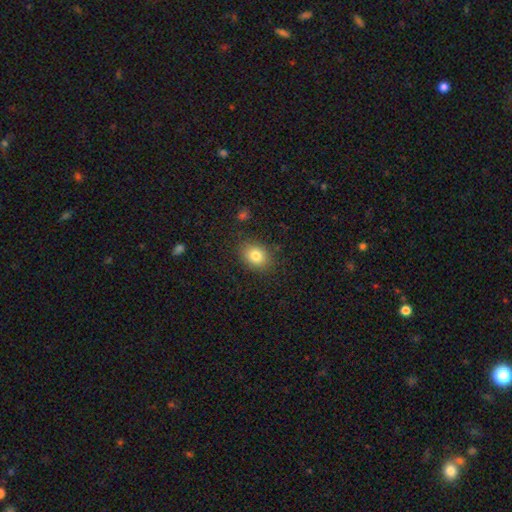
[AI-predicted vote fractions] Smooth or featured?
  - smooth: 81% *
  - star or artifact: 10%
  - featured or disk: 9%
How rounded?
  - in between: 58% *
  - round: 41%
  - cigar-shaped: 1%
Merging?
  - none: 85% *
  - minor disturbance: 10%
  - major disturbance: 3%
  - merger: 1%